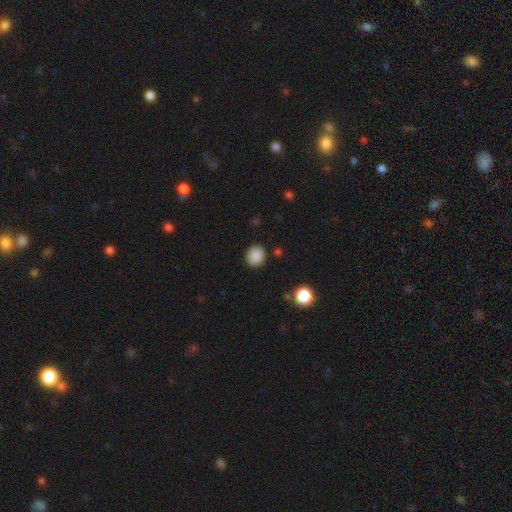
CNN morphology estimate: smooth-or-featured: smooth: 87% | star or artifact: 10% | featured or disk: 3%
  how-rounded: round: 86% | in between: 13% | cigar-shaped: 1%
  merging: none: 88% | minor disturbance: 8% | major disturbance: 2% | merger: 1%